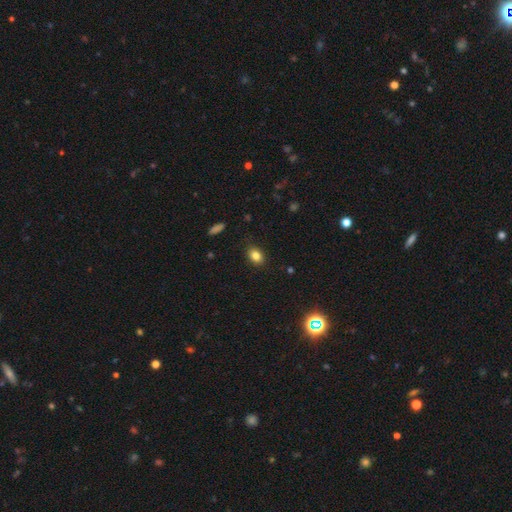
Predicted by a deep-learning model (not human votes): Smooth or featured?
  - smooth: 83% *
  - star or artifact: 11%
  - featured or disk: 6%
How rounded?
  - in between: 64% *
  - round: 35%
  - cigar-shaped: 1%
Merging?
  - none: 86% *
  - minor disturbance: 10%
  - major disturbance: 2%
  - merger: 1%